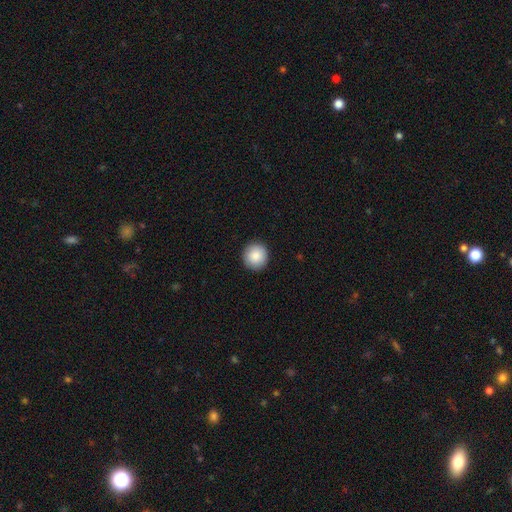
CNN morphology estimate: smooth 87%, star or artifact 8%, featured or disk 5%. Down the decision tree: how rounded — round (94%); merging — none (92%).